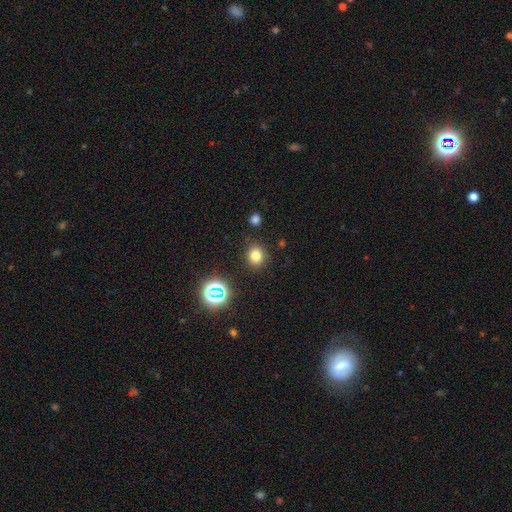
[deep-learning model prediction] smooth_or_featured: smooth (p=0.77) [alt: star or artifact p=0.17]
how_rounded: round (p=0.67) [alt: in between p=0.32]
merging: none (p=0.85) [alt: minor disturbance p=0.09]